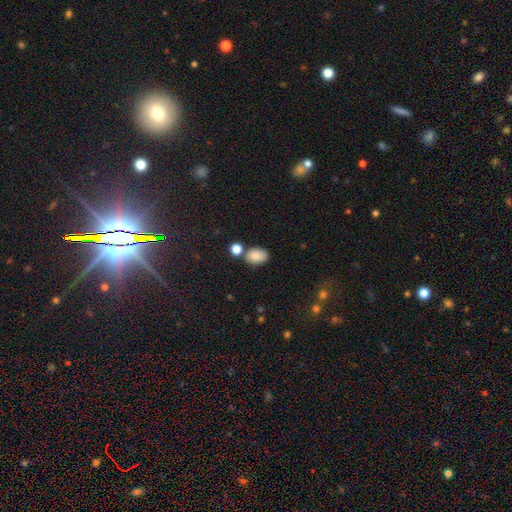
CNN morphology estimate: Smooth or featured: smooth — 85% (star or artifact — 9%)
How rounded: in between — 85% (round — 14%)
Merging: none — 68% (merger — 15%)